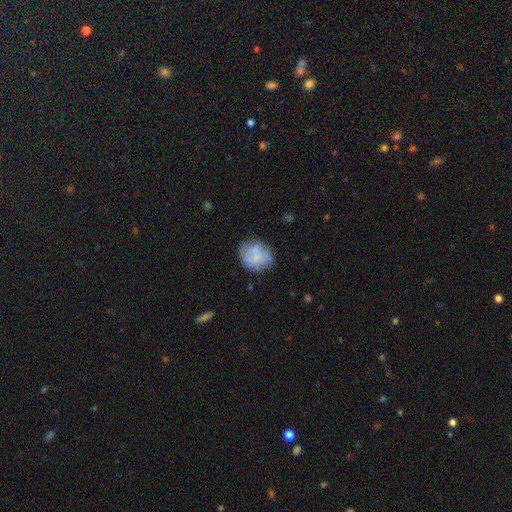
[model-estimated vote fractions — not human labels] Q: Smooth or featured?
A: smooth (61%); runner-up: featured or disk (31%)
Q: How rounded?
A: round (71%); runner-up: in between (28%)
Q: Merging?
A: none (65%); runner-up: minor disturbance (22%)